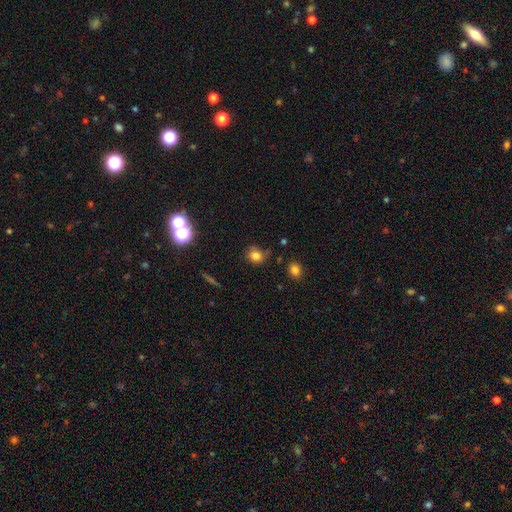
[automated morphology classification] Smooth or featured?
  - smooth: 79% *
  - star or artifact: 14%
  - featured or disk: 8%
How rounded?
  - round: 69% *
  - in between: 30%
  - cigar-shaped: 1%
Merging?
  - none: 65% *
  - minor disturbance: 25%
  - major disturbance: 7%
  - merger: 4%